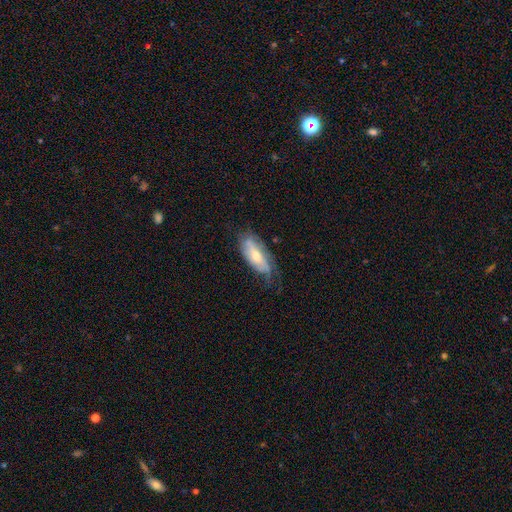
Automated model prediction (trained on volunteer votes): smooth-or-featured: featured or disk: 52% | smooth: 40% | star or artifact: 7%
  disk-edge-on: no: 78% | yes: 22%
  merging: none: 54% | minor disturbance: 31% | major disturbance: 13% | merger: 2%